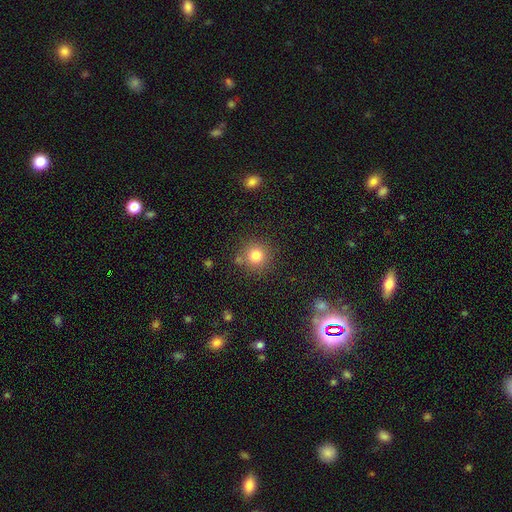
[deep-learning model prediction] Smooth or featured?
  - smooth: 80% *
  - star or artifact: 13%
  - featured or disk: 7%
How rounded?
  - round: 93% *
  - in between: 6%
  - cigar-shaped: 1%
Merging?
  - none: 80% *
  - minor disturbance: 10%
  - merger: 7%
  - major disturbance: 3%